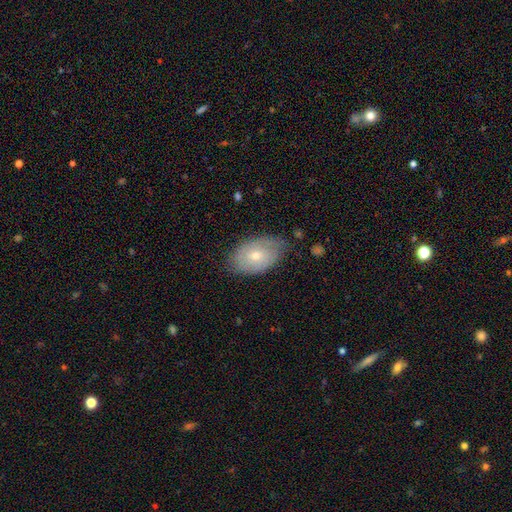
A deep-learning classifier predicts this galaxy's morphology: A featured or disk galaxy (52%).

Vote fractions:
- Smooth or featured? featured or disk: 52% / smooth: 41% / star or artifact: 7%
- Edge-on disk? no: 93% / yes: 7%
- Merging? none: 66% / minor disturbance: 26% / major disturbance: 6% / merger: 2%